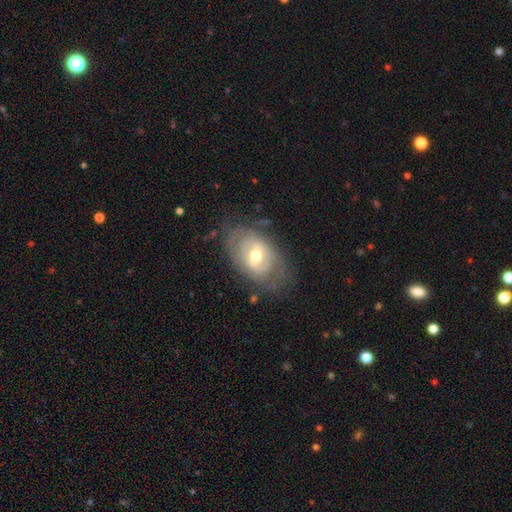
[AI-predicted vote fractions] A featured or disk galaxy (71%) with a weak bar (46%), spiral arms (62%) and a moderate central bulge (68%).

Vote fractions:
- Smooth or featured? featured or disk: 71% / smooth: 22% / star or artifact: 7%
- Edge-on disk? no: 94% / yes: 6%
- Bar? weak: 46% / no: 33% / strong: 21%
- Spiral arms? yes: 62% / no: 38%
- Bulge size? moderate: 68% / small: 25% / large: 5% / none: 1% / dominant: 1%
- Merging? none: 69% / minor disturbance: 20% / major disturbance: 9% / merger: 2%